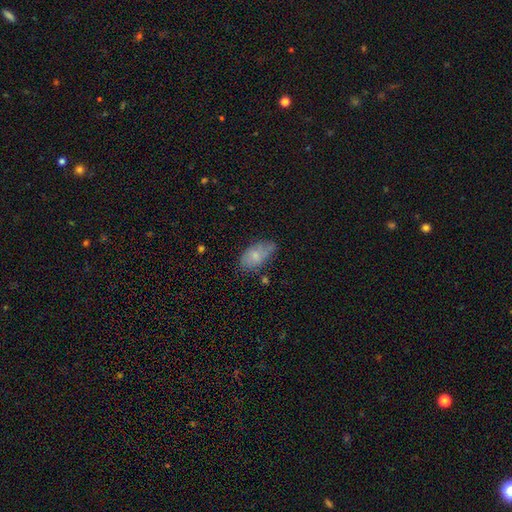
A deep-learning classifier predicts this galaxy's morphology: The model was most divided on "merging": none: 59%, minor disturbance: 29%, major disturbance: 7%, merger: 5%. More confident: how rounded — in between (92%); smooth or featured — smooth (71%).